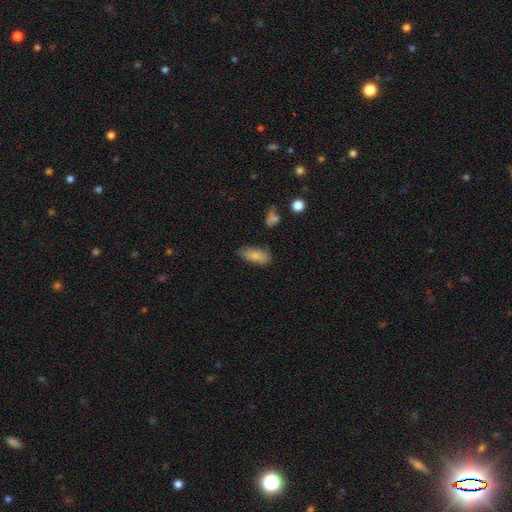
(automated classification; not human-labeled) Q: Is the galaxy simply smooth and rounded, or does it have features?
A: smooth — 81%.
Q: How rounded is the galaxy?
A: in between — 84%.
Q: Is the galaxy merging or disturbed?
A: none — 70%.